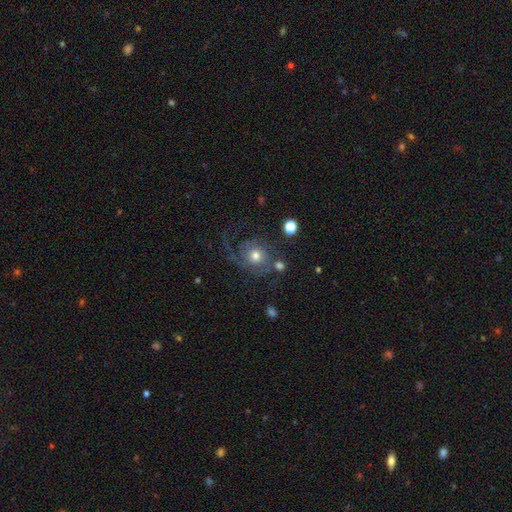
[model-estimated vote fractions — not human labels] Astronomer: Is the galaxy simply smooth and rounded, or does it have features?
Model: featured or disk — 64%.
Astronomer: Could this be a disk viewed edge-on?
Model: no — 97%.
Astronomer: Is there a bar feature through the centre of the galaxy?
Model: no — 79%.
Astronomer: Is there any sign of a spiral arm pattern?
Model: yes — 89%.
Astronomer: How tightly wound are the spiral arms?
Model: loose — 39%, tied with medium at 39%.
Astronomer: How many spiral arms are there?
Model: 2 — 46% (runner-up: 1, 29%).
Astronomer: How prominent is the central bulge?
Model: moderate — 66%.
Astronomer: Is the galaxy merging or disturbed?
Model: none — 50% (runner-up: major disturbance, 27%).